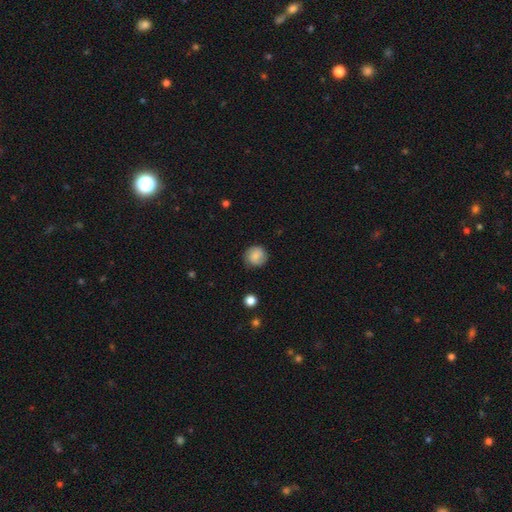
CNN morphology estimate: Q: Smooth or featured?
A: smooth (74%); runner-up: featured or disk (18%)
Q: How rounded?
A: round (89%); runner-up: in between (10%)
Q: Merging?
A: none (82%); runner-up: minor disturbance (14%)